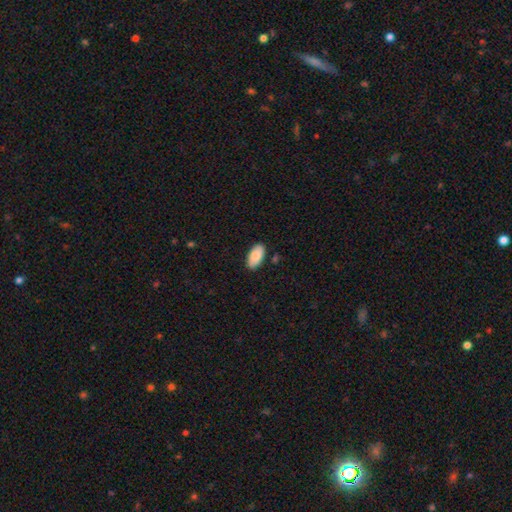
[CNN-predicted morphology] Q: Smooth or featured?
A: smooth (85%); runner-up: featured or disk (9%)
Q: How rounded?
A: in between (95%); runner-up: cigar-shaped (3%)
Q: Merging?
A: none (87%); runner-up: minor disturbance (10%)